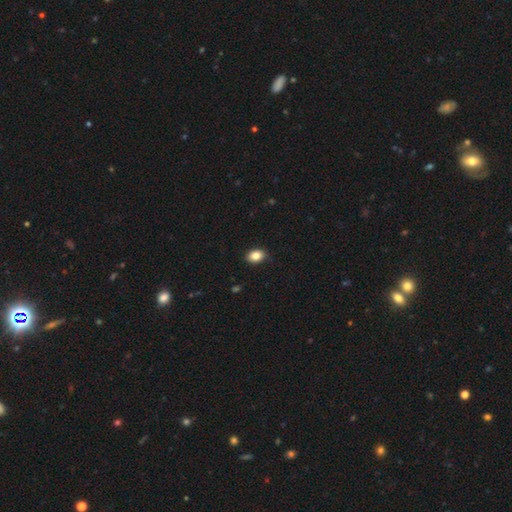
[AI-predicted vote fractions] Smooth or featured? Predicted: smooth (p=0.86). How rounded? Predicted: in between (p=0.76). Merging? Predicted: none (p=0.88).